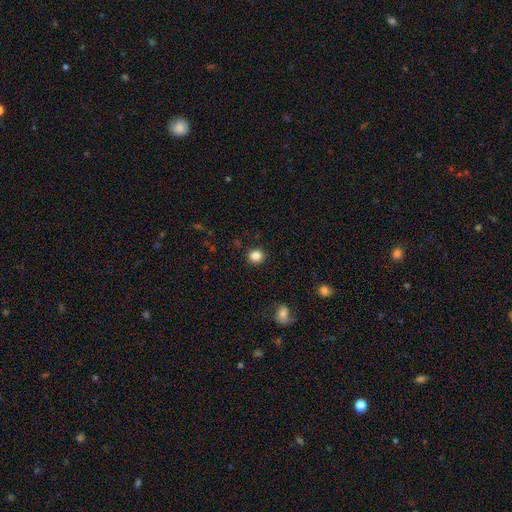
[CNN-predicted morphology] smooth-or-featured: smooth: 85% | star or artifact: 11% | featured or disk: 4%
  how-rounded: round: 84% | in between: 15% | cigar-shaped: 1%
  merging: none: 90% | minor disturbance: 6% | major disturbance: 2% | merger: 1%